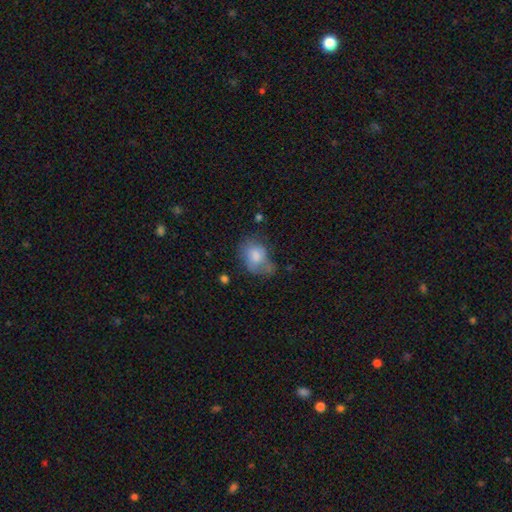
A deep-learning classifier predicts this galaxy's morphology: Smooth or featured?
  - smooth: 74% *
  - featured or disk: 18%
  - star or artifact: 9%
How rounded?
  - in between: 64% *
  - round: 35%
  - cigar-shaped: 1%
Merging?
  - minor disturbance: 33% *
  - none: 31%
  - major disturbance: 26%
  - merger: 9%